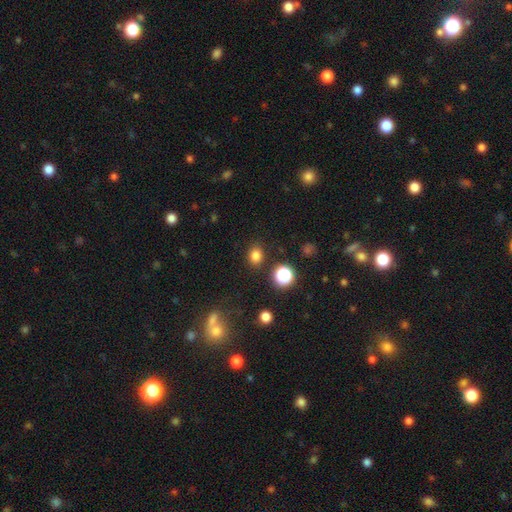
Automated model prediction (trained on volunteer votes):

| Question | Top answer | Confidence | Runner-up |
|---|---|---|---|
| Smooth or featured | smooth | 79% | star or artifact (16%) |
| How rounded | round | 58% | in between (41%) |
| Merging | none | 86% | minor disturbance (9%) |